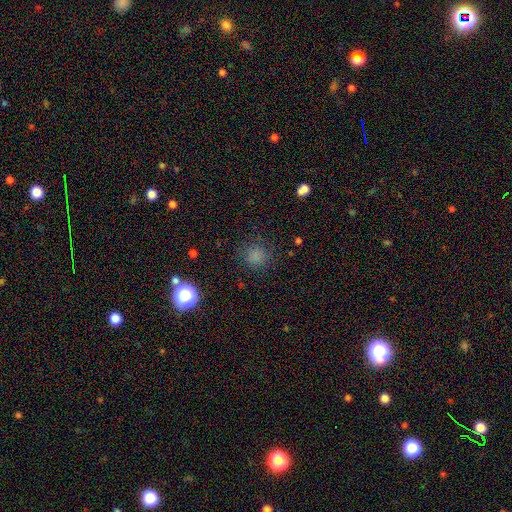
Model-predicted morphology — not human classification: Smooth or featured? Predicted: smooth (p=0.78). How rounded? Predicted: round (p=0.90). Merging? Predicted: none (p=0.84).